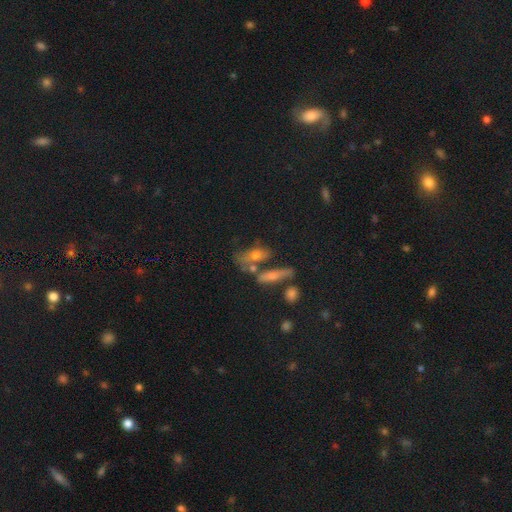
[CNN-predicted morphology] Smooth or featured? smooth (45%)
Merging? none (46%)